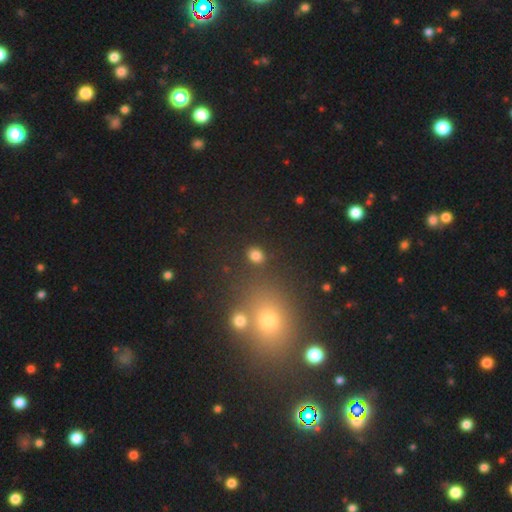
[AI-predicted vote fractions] The model was most divided on "how rounded": round: 59%, in between: 40%, cigar-shaped: 1%. More confident: merging — none (84%); smooth or featured — smooth (81%).